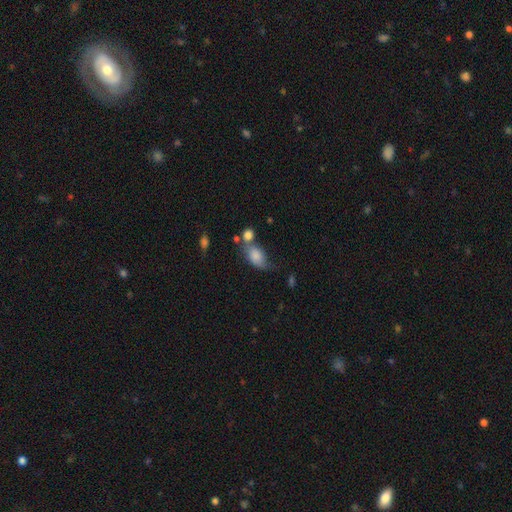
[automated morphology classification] smooth-or-featured: smooth: 79% | featured or disk: 12% | star or artifact: 8%
  how-rounded: in between: 85% | round: 12% | cigar-shaped: 3%
  merging: none: 33% | merger: 27% | minor disturbance: 26% | major disturbance: 14%